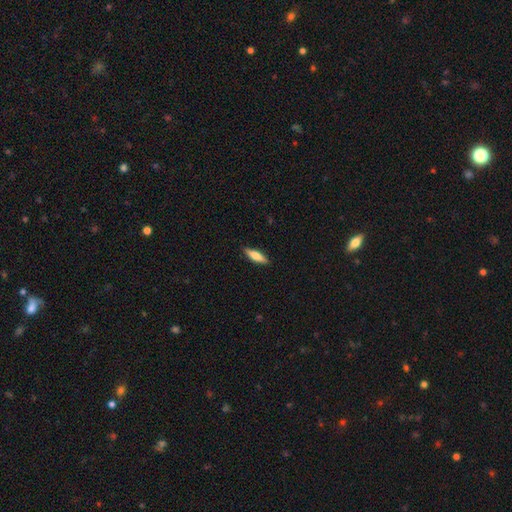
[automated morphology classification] The model was most divided on "how rounded": cigar-shaped: 63%, in between: 35%, round: 2%. More confident: merging — none (89%); smooth or featured — smooth (65%).